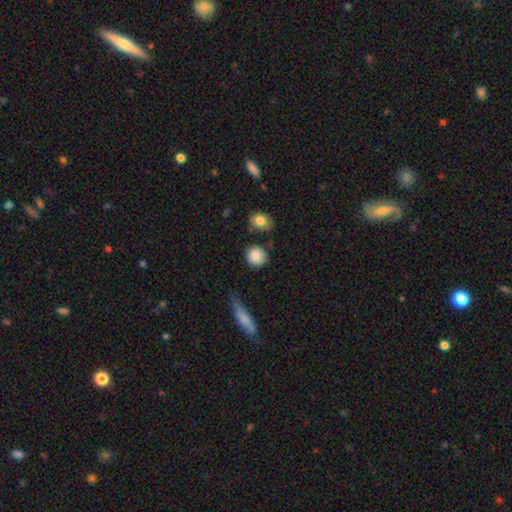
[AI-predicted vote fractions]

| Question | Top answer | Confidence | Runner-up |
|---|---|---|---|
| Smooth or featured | smooth | 87% | star or artifact (7%) |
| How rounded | round | 88% | in between (10%) |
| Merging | none | 80% | minor disturbance (12%) |